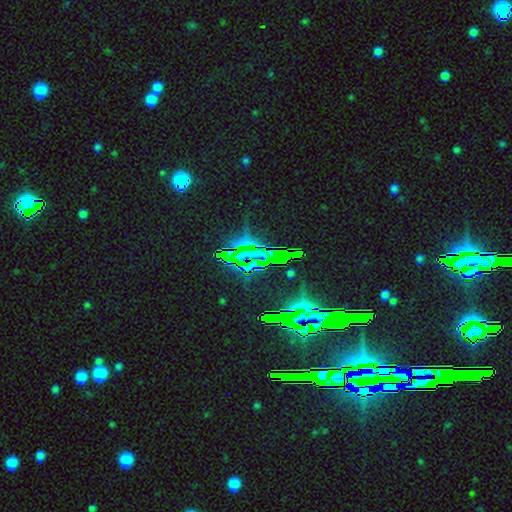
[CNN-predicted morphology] star or artifact 82%, featured or disk 9%, smooth 9%.